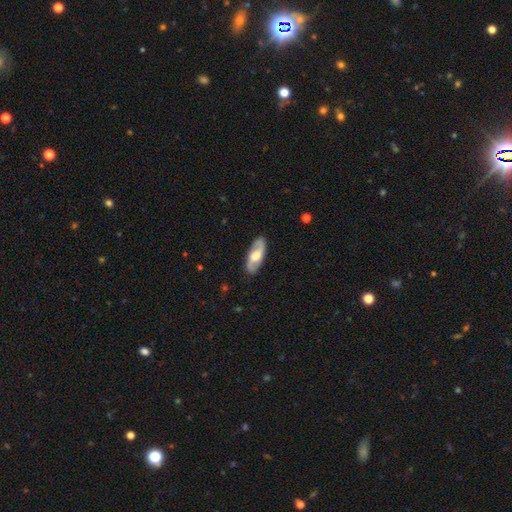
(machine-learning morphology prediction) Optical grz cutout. It shows a featured or disk galaxy (69%) with no bar (49%), spiral arms (85%) and a moderate central bulge (55%). Merging: none (87%).